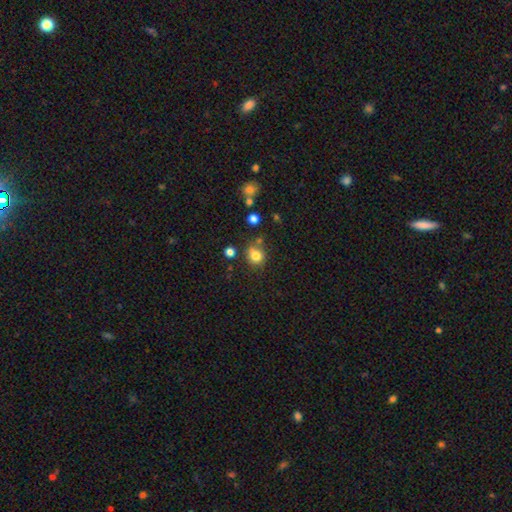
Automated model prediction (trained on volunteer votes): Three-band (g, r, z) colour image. It shows a smooth galaxy with no disk features (80%) that is round (79%). Merging: none (69%).